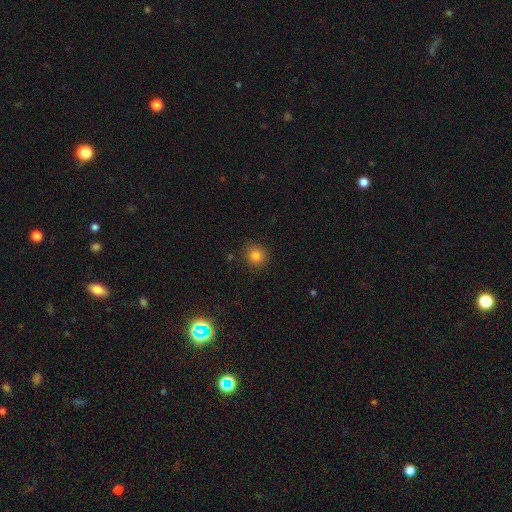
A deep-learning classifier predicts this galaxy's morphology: smooth_or_featured: smooth (p=0.81) [alt: star or artifact p=0.13]
how_rounded: round (p=0.91) [alt: in between p=0.08]
merging: none (p=0.87) [alt: minor disturbance p=0.09]